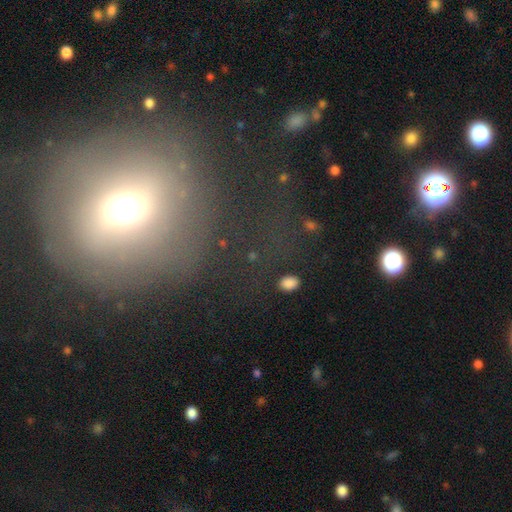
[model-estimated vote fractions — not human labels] This appears to be a smooth galaxy with no disk features (49%). Merging: none (56%).